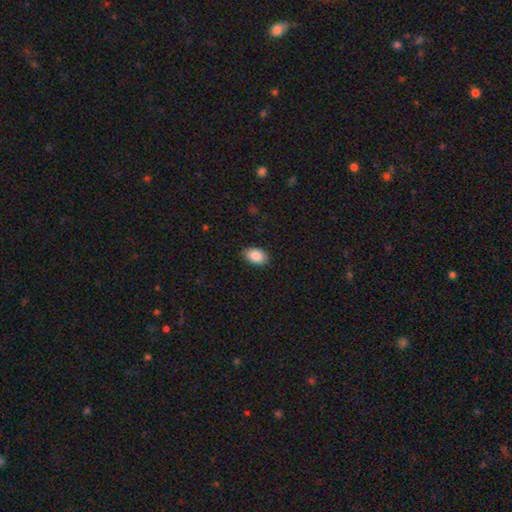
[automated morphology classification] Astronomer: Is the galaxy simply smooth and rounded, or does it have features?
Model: smooth — 88%.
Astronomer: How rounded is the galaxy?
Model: in between — 88%.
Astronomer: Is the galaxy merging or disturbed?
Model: none — 87%.